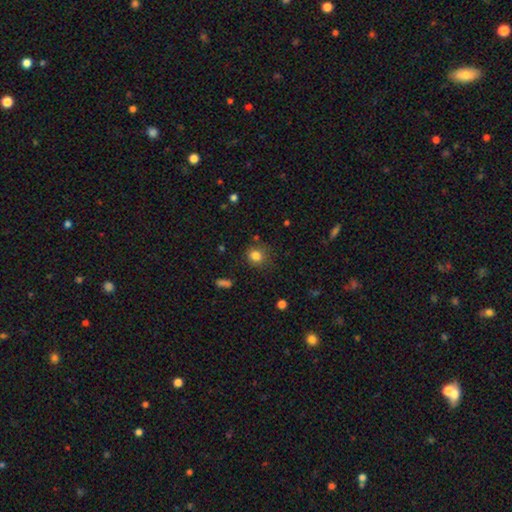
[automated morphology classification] smooth-or-featured: smooth: 82% | star or artifact: 12% | featured or disk: 6%
  how-rounded: round: 83% | in between: 16% | cigar-shaped: 1%
  merging: none: 79% | minor disturbance: 14% | major disturbance: 4% | merger: 3%